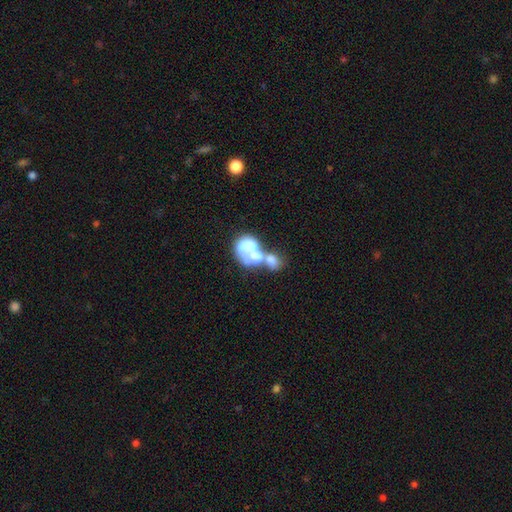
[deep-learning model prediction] Smooth or featured? Predicted: smooth (p=0.48). Merging? Predicted: merger (p=0.75).